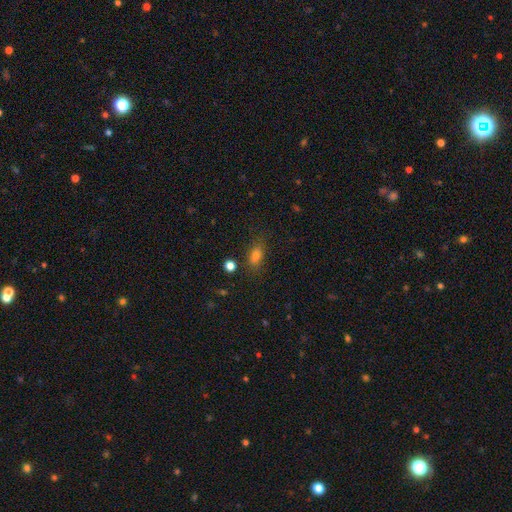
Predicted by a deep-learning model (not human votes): This is likely a smooth galaxy (76%). How rounded: likely in between (76%). Merging: likely none (75%).